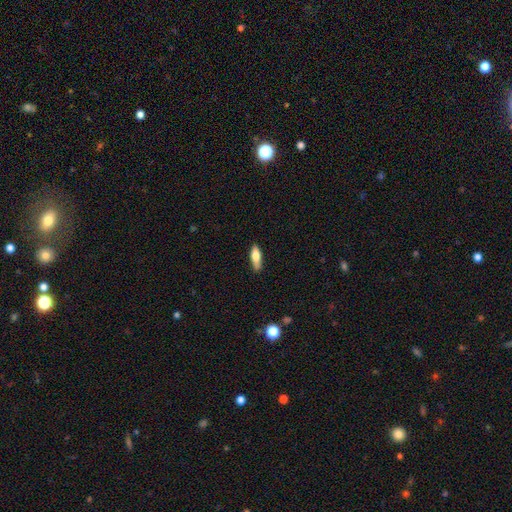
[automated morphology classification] Overall: smooth (69%). How rounded: cigar-shaped (49%, tied with in between). Merging: none (83%).